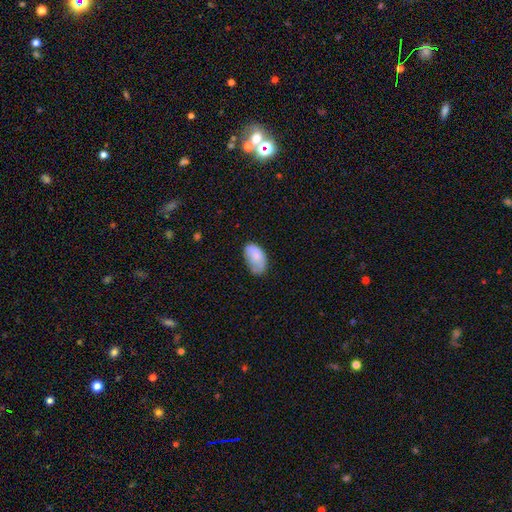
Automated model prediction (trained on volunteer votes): Q: Smooth or featured?
A: smooth (80%); runner-up: featured or disk (12%)
Q: How rounded?
A: in between (94%); runner-up: round (5%)
Q: Merging?
A: none (52%); runner-up: minor disturbance (35%)